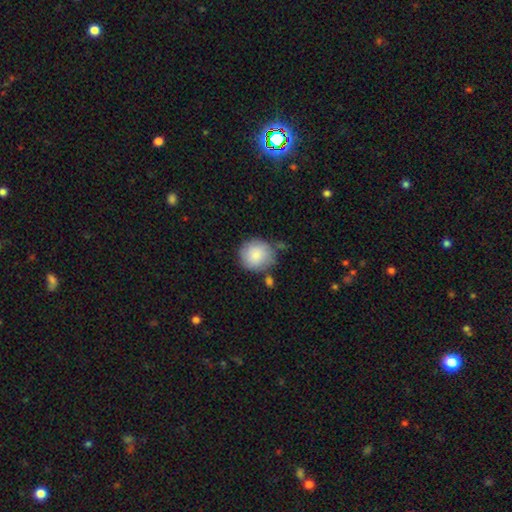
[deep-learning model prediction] Q: Smooth or featured?
A: smooth (84%); runner-up: featured or disk (9%)
Q: How rounded?
A: round (89%); runner-up: in between (10%)
Q: Merging?
A: none (66%); runner-up: minor disturbance (20%)